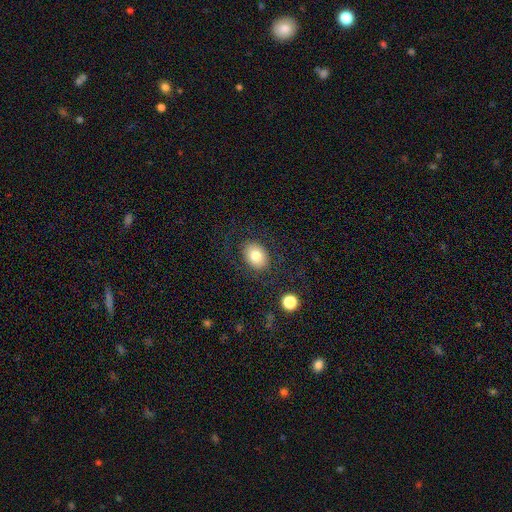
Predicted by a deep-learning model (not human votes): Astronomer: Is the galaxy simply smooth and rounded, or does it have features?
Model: smooth — 79%.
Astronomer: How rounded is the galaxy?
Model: in between — 66%.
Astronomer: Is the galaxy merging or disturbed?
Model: none — 84%.